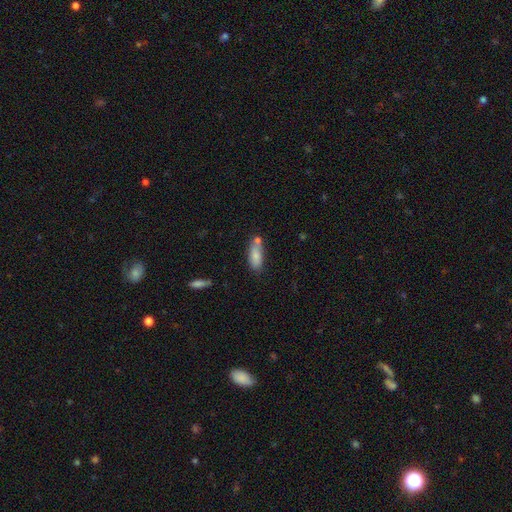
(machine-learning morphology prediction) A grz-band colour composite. It shows a smooth galaxy with no disk features (79%) that is in between round and cigar-shaped (71%). Merging: none (52%).